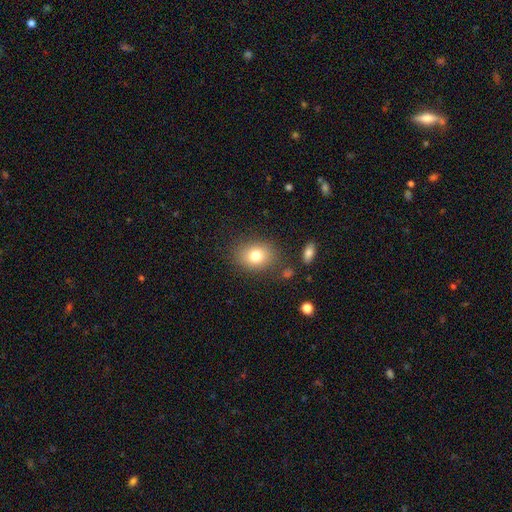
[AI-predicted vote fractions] Smooth or featured: smooth — 78% (featured or disk — 11%)
How rounded: in between — 56% (round — 43%)
Merging: none — 81% (minor disturbance — 11%)